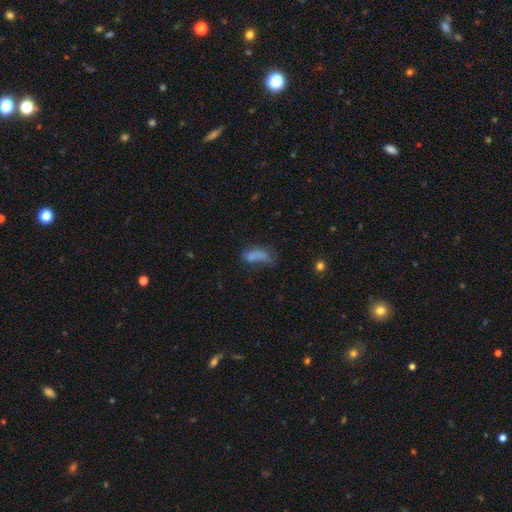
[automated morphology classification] The model was most divided on "merging": major disturbance: 38%, none: 28%, minor disturbance: 23%, merger: 11%. More confident: how rounded — in between (78%); smooth or featured — smooth (66%).